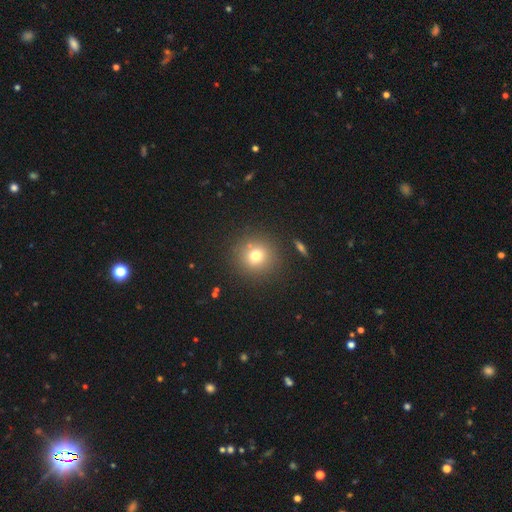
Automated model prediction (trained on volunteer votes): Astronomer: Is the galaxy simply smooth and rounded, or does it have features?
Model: smooth — 73%.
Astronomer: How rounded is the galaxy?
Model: round — 93%.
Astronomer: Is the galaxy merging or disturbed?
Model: none — 86%.